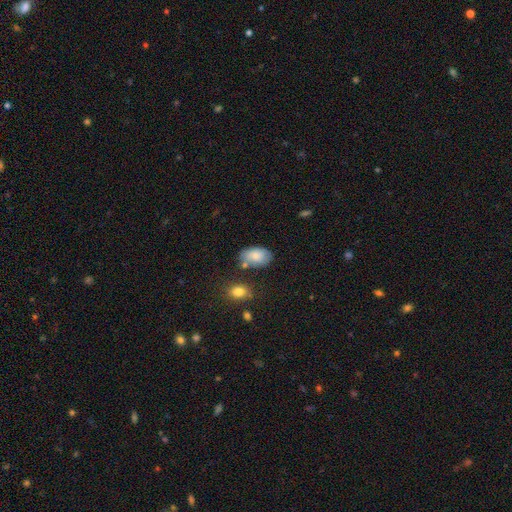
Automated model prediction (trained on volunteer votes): This appears to be a smooth galaxy with no disk features (77%) that is in between round and cigar-shaped (91%). Merging: none (62%).